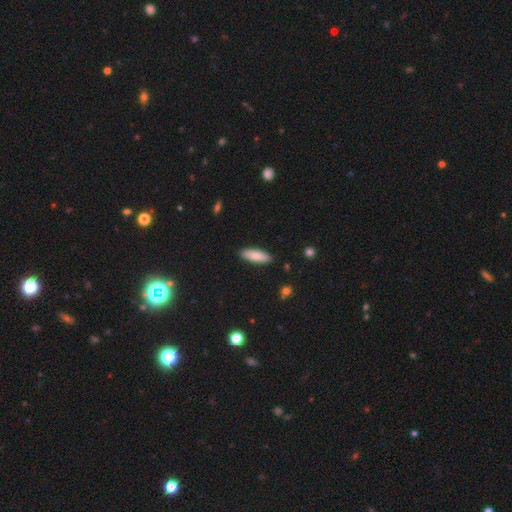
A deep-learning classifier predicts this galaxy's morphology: A smooth galaxy with no disk features (84%) that is in between round and cigar-shaped (52%).

Vote fractions:
- Smooth or featured? smooth: 84% / featured or disk: 10% / star or artifact: 6%
- How rounded? in between: 52% / cigar-shaped: 47% / round: 2%
- Merging? none: 89% / minor disturbance: 8% / major disturbance: 2% / merger: 1%